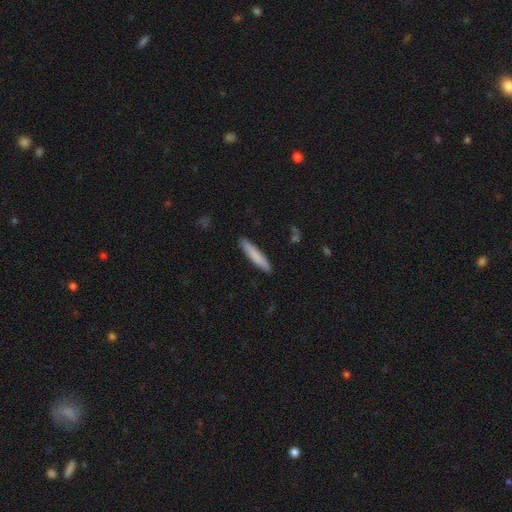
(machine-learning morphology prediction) Overall: smooth (80%). How rounded: cigar-shaped (92%). Merging: none (90%).